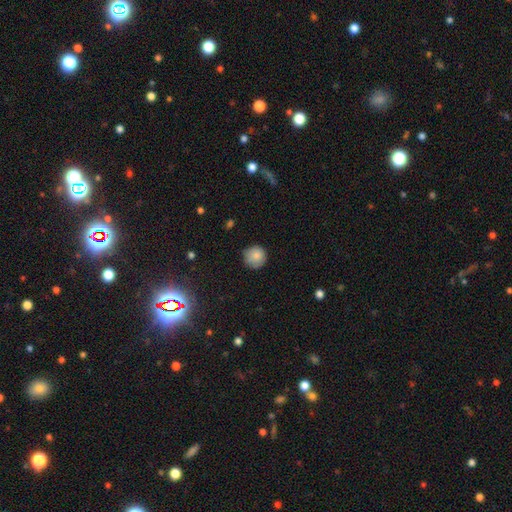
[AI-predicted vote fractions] This is clearly a smooth galaxy (84%). How rounded: clearly round (93%). Merging: likely none (75%).